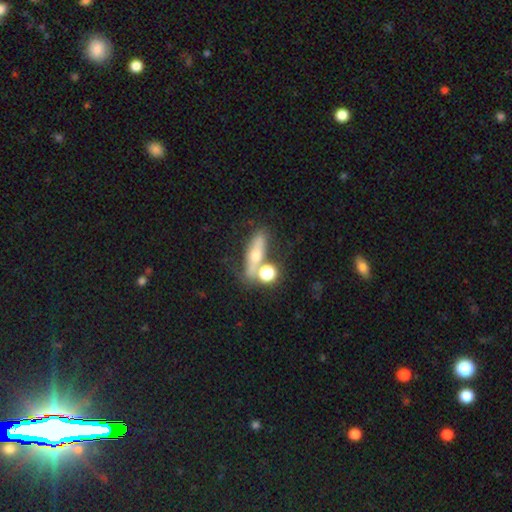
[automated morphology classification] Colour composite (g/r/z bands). It shows a smooth galaxy with no disk features (41%, tied with featured or disk). Merging: none (53%).